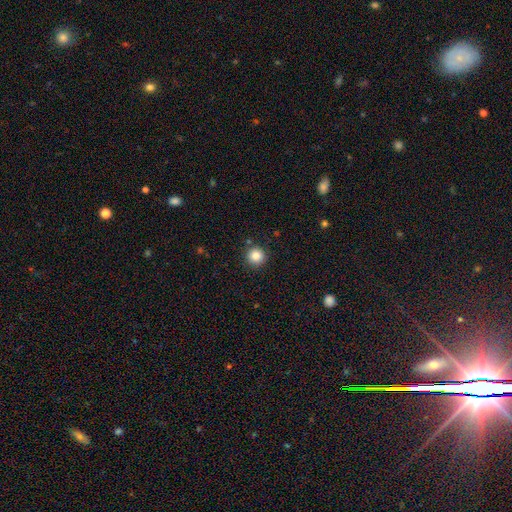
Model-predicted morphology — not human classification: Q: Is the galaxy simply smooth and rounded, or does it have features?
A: smooth — 84%.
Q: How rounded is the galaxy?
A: round — 95%.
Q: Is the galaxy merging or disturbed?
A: none — 90%.